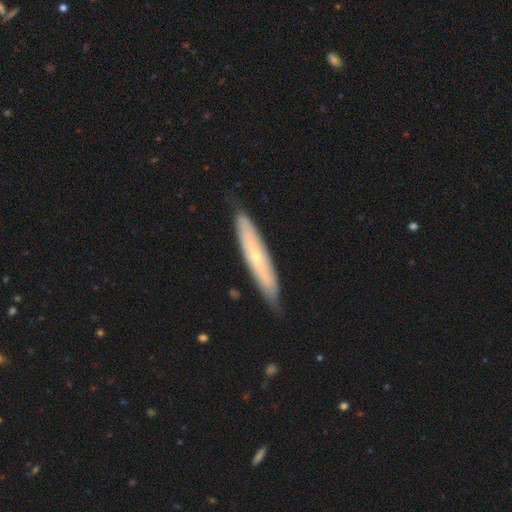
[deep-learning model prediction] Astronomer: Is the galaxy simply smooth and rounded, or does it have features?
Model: featured or disk — 55% (runner-up: smooth, 39%).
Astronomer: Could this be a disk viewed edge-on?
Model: yes — 57% (runner-up: no, 43%).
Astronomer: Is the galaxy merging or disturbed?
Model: none — 79%.